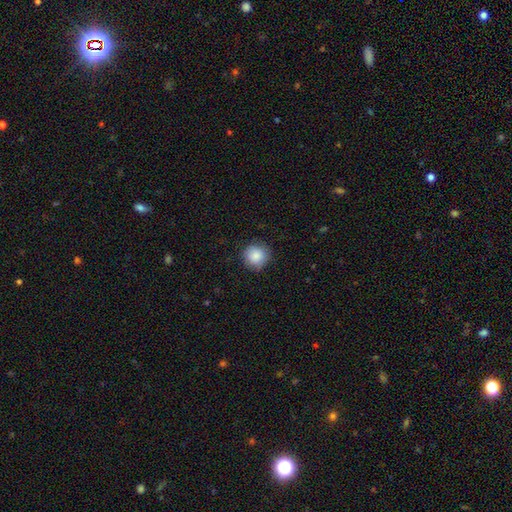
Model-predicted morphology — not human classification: This appears to be a smooth galaxy with no disk features (87%) that is round (93%). Merging: none (85%).